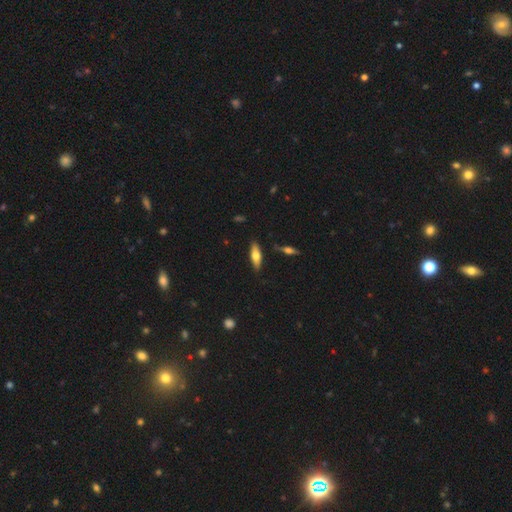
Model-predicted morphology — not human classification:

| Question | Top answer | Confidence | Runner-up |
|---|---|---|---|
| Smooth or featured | smooth | 55% | featured or disk (39%) |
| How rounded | in between | 54% | cigar-shaped (44%) |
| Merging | none | 84% | minor disturbance (10%) |